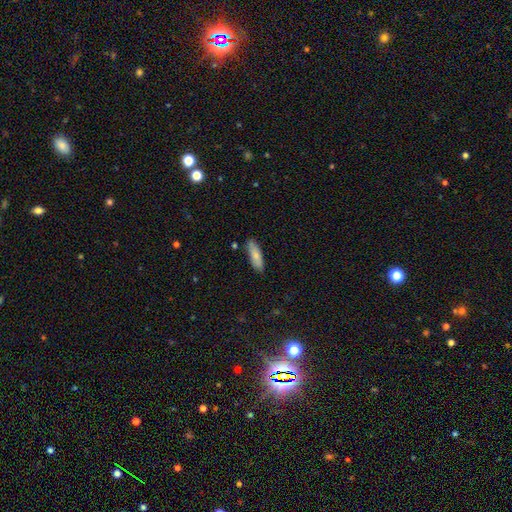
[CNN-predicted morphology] Q: Smooth or featured?
A: smooth (80%); runner-up: featured or disk (14%)
Q: How rounded?
A: in between (53%); runner-up: cigar-shaped (45%)
Q: Merging?
A: none (83%); runner-up: minor disturbance (13%)